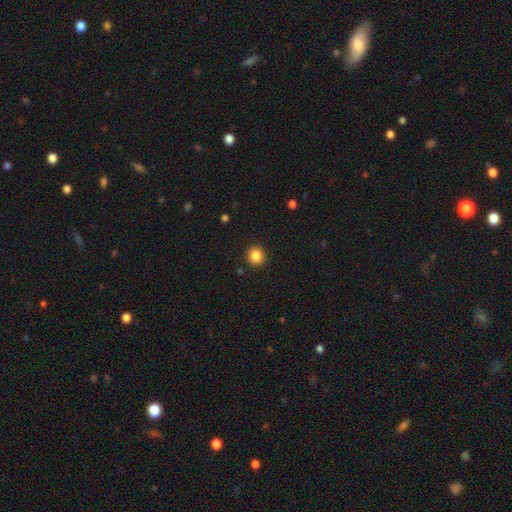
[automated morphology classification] Smooth or featured?
  - smooth: 85% *
  - star or artifact: 11%
  - featured or disk: 4%
How rounded?
  - round: 89% *
  - in between: 11%
  - cigar-shaped: 1%
Merging?
  - none: 92% *
  - minor disturbance: 5%
  - major disturbance: 2%
  - merger: 1%